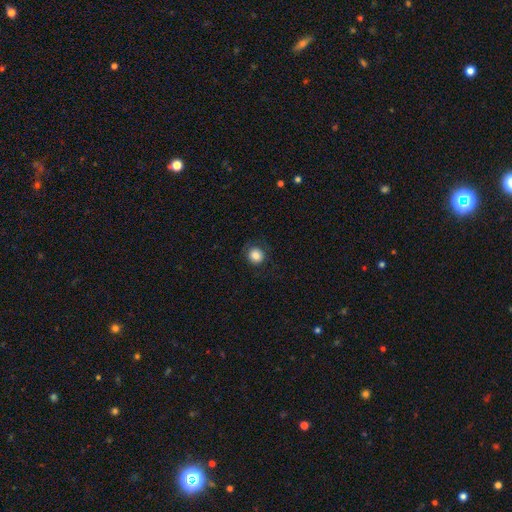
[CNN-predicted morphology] Smooth or featured? smooth (82%)
How rounded? round (89%)
Merging? none (81%)